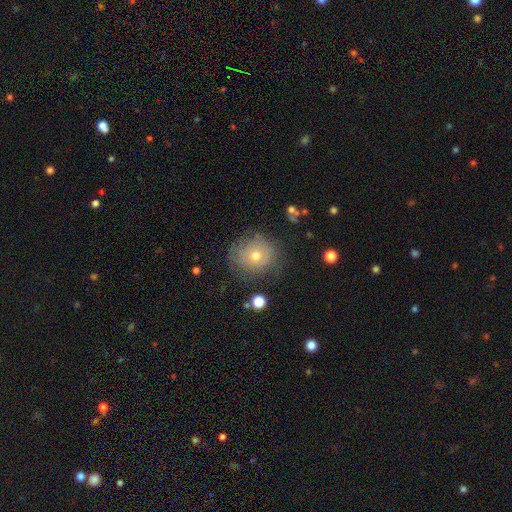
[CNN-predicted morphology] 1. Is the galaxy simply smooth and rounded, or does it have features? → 54% smooth, 34% featured or disk, 12% star or artifact.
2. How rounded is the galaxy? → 84% round, 15% in between, 1% cigar-shaped.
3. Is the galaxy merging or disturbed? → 70% none, 19% minor disturbance, 9% major disturbance, 2% merger.